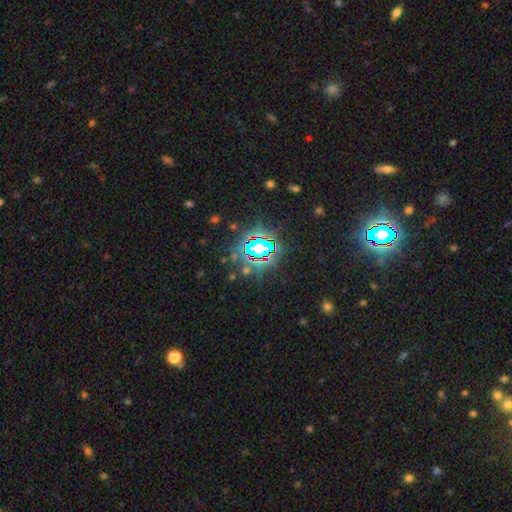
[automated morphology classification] Smooth or featured: star or artifact — 81% (smooth — 11%)